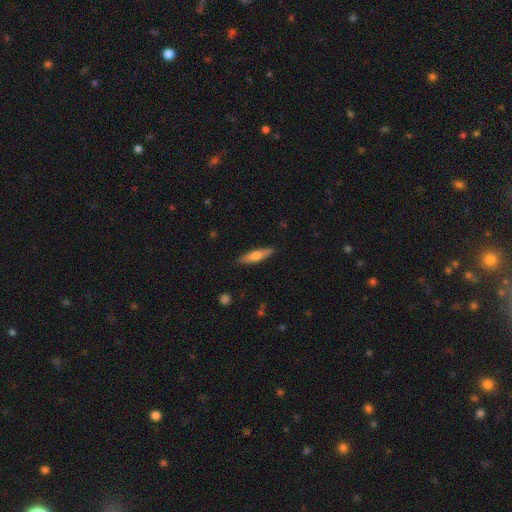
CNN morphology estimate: smooth 58%, featured or disk 36%, star or artifact 6%. Down the decision tree: how rounded — cigar-shaped (78%); merging — none (88%).